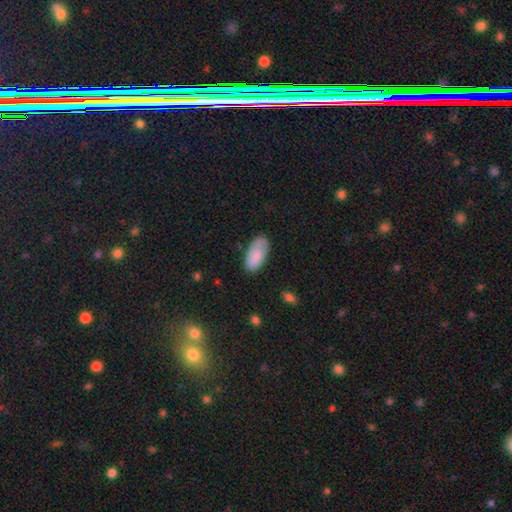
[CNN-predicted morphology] smooth_or_featured: smooth (p=0.81) [alt: featured or disk p=0.13]
how_rounded: in between (p=0.94) [alt: cigar-shaped p=0.04]
merging: none (p=0.71) [alt: minor disturbance p=0.22]